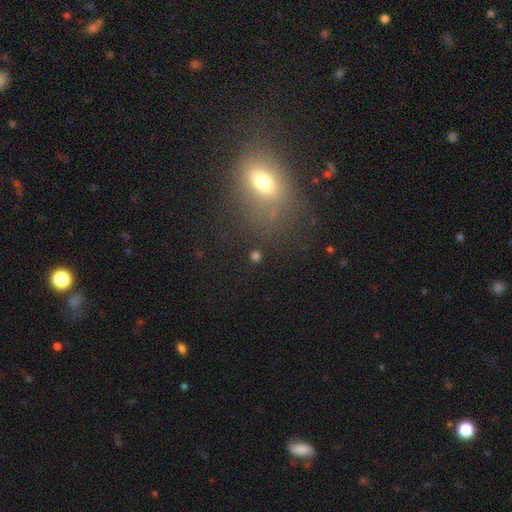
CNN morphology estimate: This appears to be a smooth galaxy with no disk features (56%) that is round (64%). Merging: none (75%).